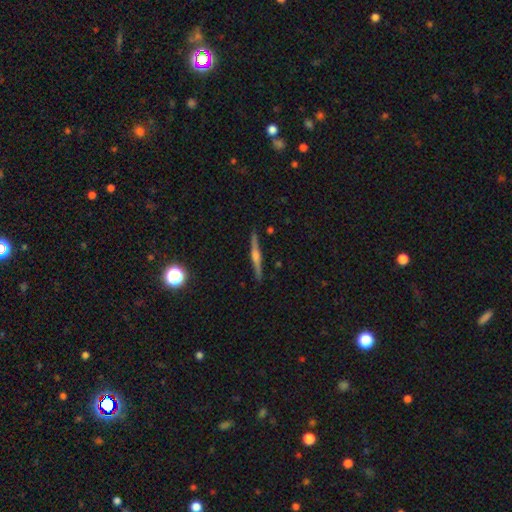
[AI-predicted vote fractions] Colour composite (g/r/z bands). It shows a featured or disk galaxy (77%) viewed edge-on (98%) with a rounded central bulge (85%). Merging: none (91%).